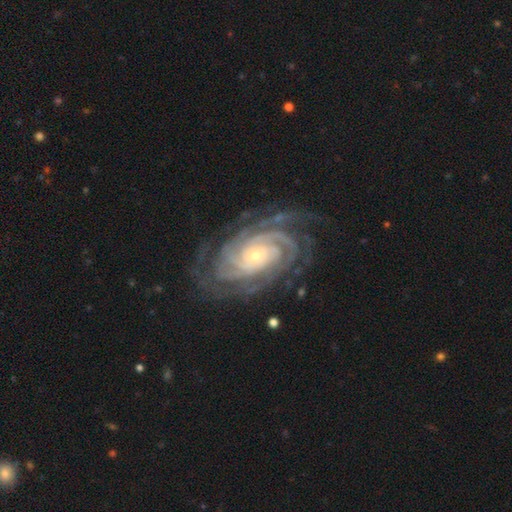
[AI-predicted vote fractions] featured or disk 92%, star or artifact 5%, smooth 4%. Down the decision tree: edge-on disk — no (97%); bar — no (72%); spiral arms — yes (98%); spiral arm count — 4 (27%); spiral winding — tight (78%); bulge size — small (73%); merging — none (75%).